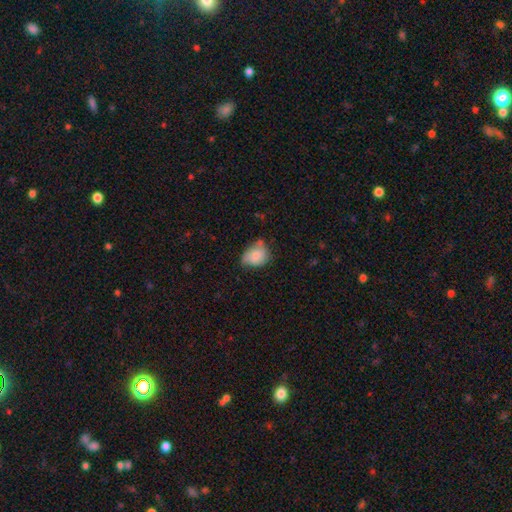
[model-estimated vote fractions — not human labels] smooth 73%, featured or disk 19%, star or artifact 8%. Down the decision tree: how rounded — in between (64%); merging — minor disturbance (42%).